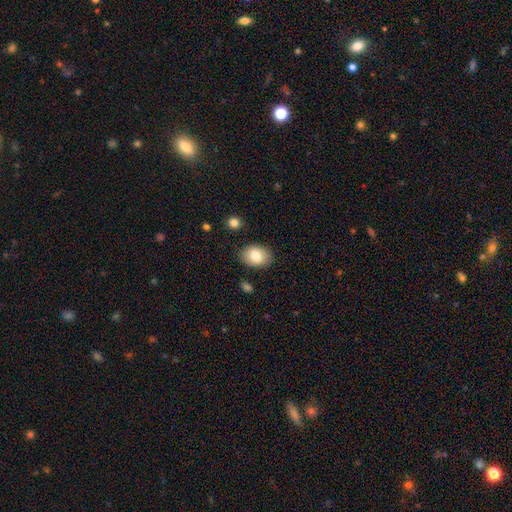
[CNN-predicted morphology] This appears to be a smooth galaxy with no disk features (82%) that is in between round and cigar-shaped (74%). Merging: none (85%).